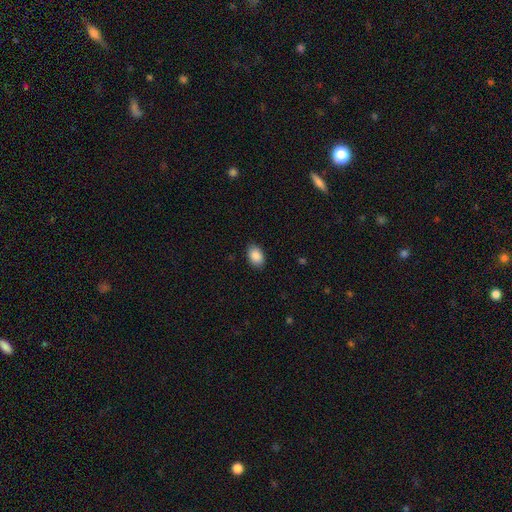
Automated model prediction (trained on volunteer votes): Morphology: type=smooth (89%); roundness=in between (88%); merging=none (87%).